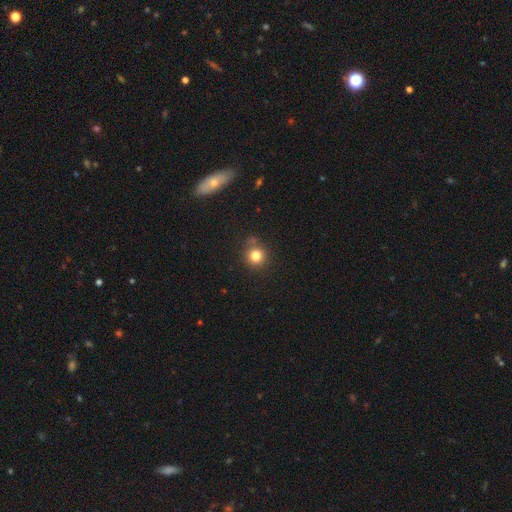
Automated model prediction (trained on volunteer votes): smooth 80%, star or artifact 13%, featured or disk 7%. Down the decision tree: how rounded — round (92%); merging — none (77%).